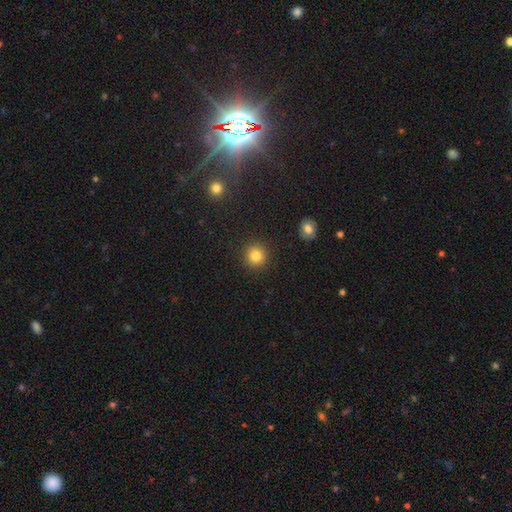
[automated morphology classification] The model was most divided on "smooth or featured": smooth: 84%, star or artifact: 11%, featured or disk: 5%. More confident: how rounded — round (93%); merging — none (92%).